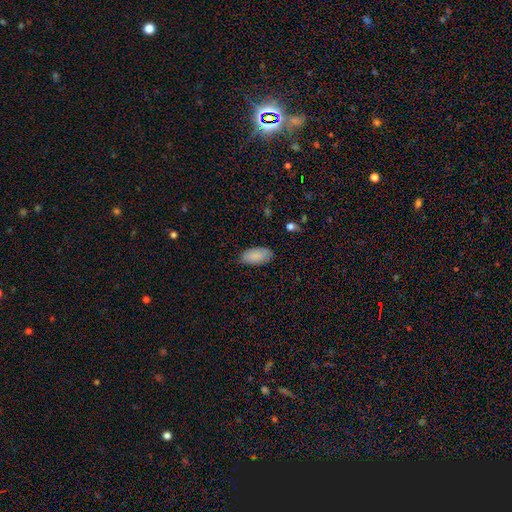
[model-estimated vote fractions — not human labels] Smooth or featured? smooth (88%)
How rounded? in between (94%)
Merging? none (83%)